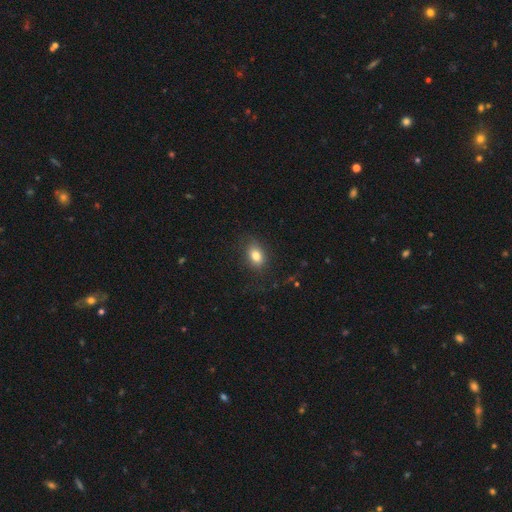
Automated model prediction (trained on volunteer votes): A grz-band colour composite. It shows a smooth galaxy with no disk features (80%) that is in between round and cigar-shaped (74%). Merging: none (81%).